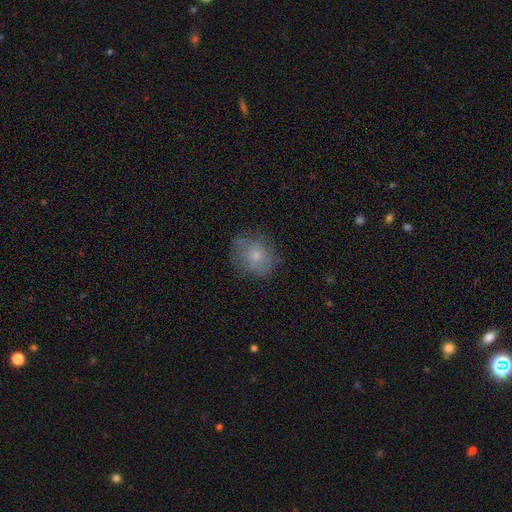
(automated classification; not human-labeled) This appears to be a smooth galaxy with no disk features (67%) that is round (70%). Merging: none (71%).